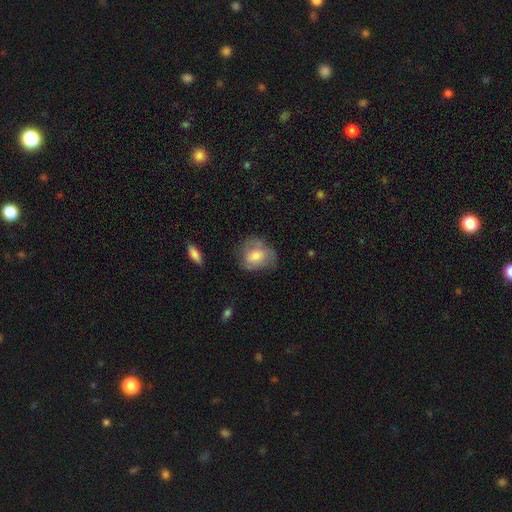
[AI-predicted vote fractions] The model was most divided on "how rounded": round: 58%, in between: 41%, cigar-shaped: 1%. More confident: smooth or featured — smooth (60%); merging — none (59%).